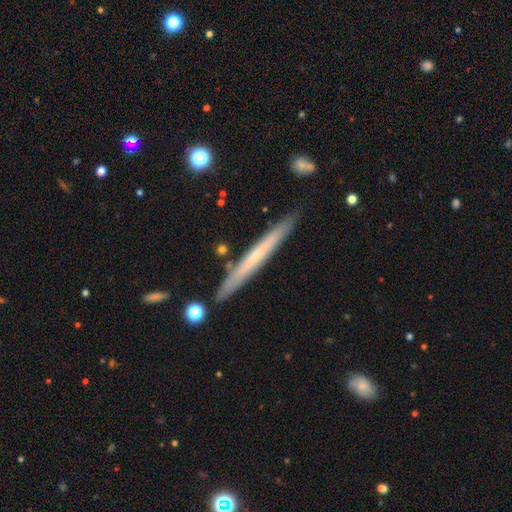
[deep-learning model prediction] Q: Smooth or featured?
A: featured or disk (55%); runner-up: smooth (39%)
Q: Edge-on disk?
A: yes (94%); runner-up: no (6%)
Q: Edge-on bulge?
A: none (71%); runner-up: rounded (26%)
Q: Merging?
A: none (86%); runner-up: minor disturbance (9%)